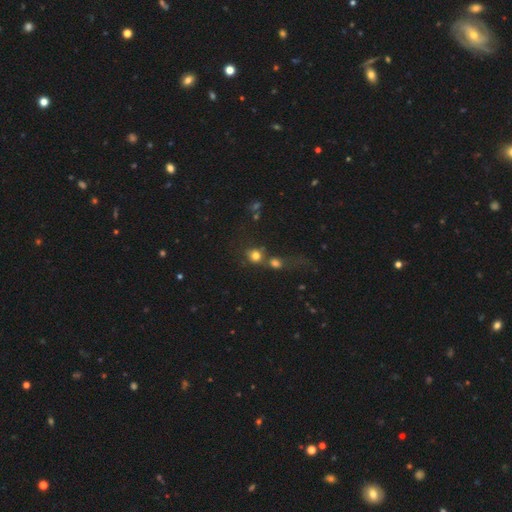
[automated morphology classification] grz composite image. It shows a smooth galaxy with no disk features (74%) that is round (82%). Merging: merger (46%).